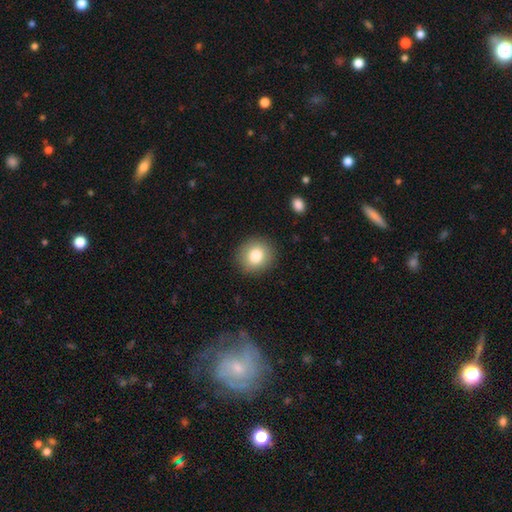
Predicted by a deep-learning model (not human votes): smooth 81%, featured or disk 10%, star or artifact 9%. Down the decision tree: how rounded — round (84%); merging — none (90%).